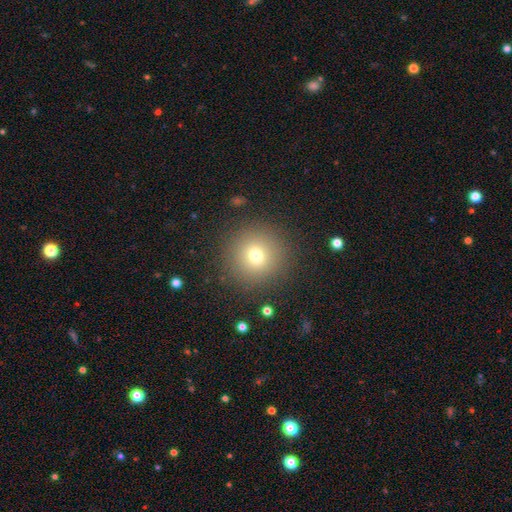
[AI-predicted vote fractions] Q: Smooth or featured?
A: smooth (73%); runner-up: star or artifact (16%)
Q: How rounded?
A: round (95%); runner-up: in between (4%)
Q: Merging?
A: none (89%); runner-up: minor disturbance (6%)